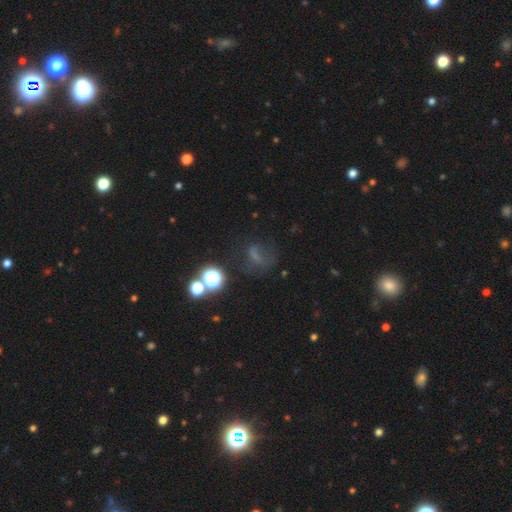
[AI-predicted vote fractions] A smooth galaxy with no disk features (40%). Merging: none (46%).